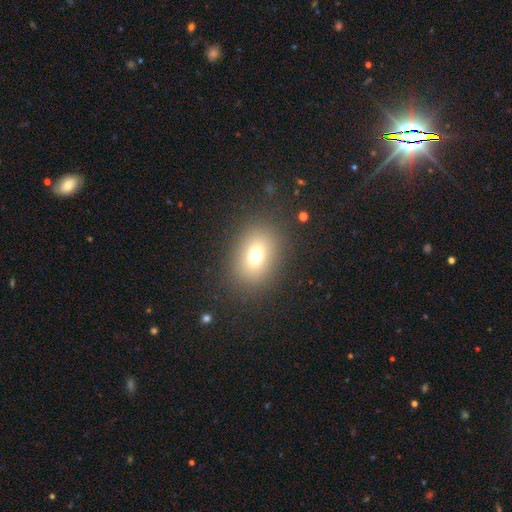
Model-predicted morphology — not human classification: type=smooth (72%); roundness=in between (64%); merging=none (85%).